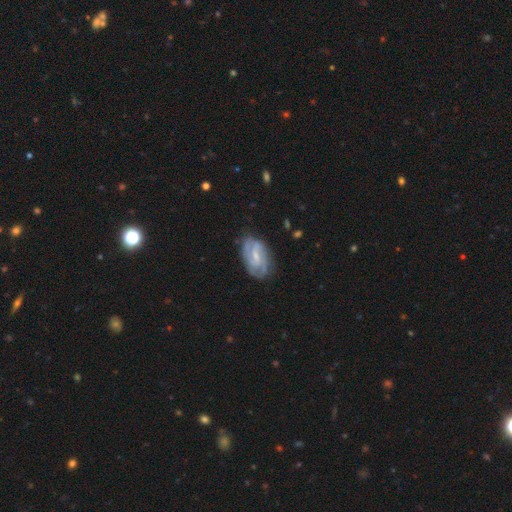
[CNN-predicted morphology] smooth-or-featured: featured or disk: 76% | smooth: 18% | star or artifact: 6%
  disk-edge-on: no: 96% | yes: 4%
    bar: weak: 55% | no: 26% | strong: 18%
    has-spiral-arms: yes: 91% | no: 9%
      spiral-winding: tight: 42% (tied) | medium: 42% (tied) | loose: 16%
      spiral-arm-count: 2: 43% | can't tell: 27% | 3: 18% | 4: 5% | 1: 4% | more than 4: 3%
    bulge-size: small: 57% | moderate: 30% | none: 11% | large: 1% | dominant: 1%
  merging: none: 71% | minor disturbance: 21% | major disturbance: 7% | merger: 2%